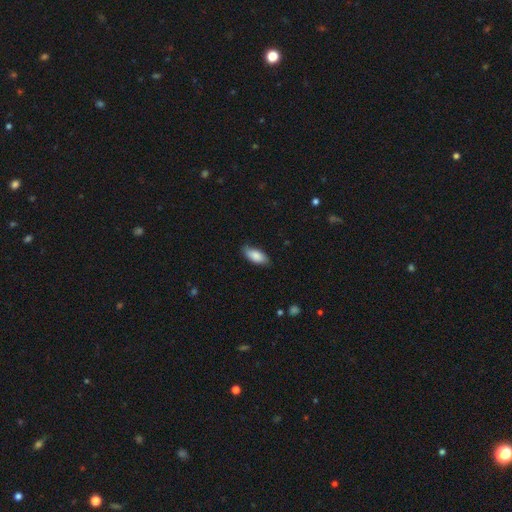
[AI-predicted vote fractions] Morphology: type=smooth (83%); roundness=in between (85%); merging=none (76%).